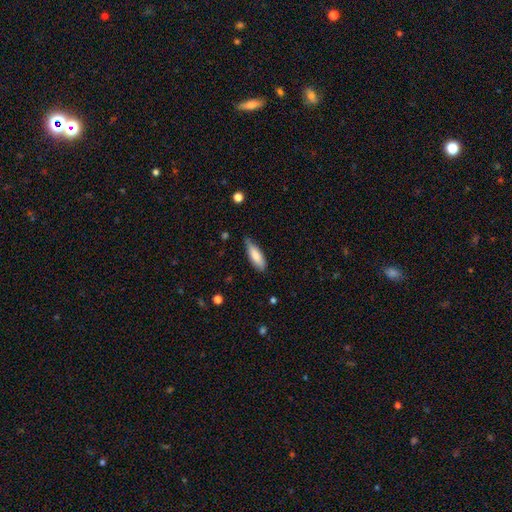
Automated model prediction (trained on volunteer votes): This appears to be a smooth galaxy with no disk features (81%) that is in between round and cigar-shaped (55%). Merging: none (69%).